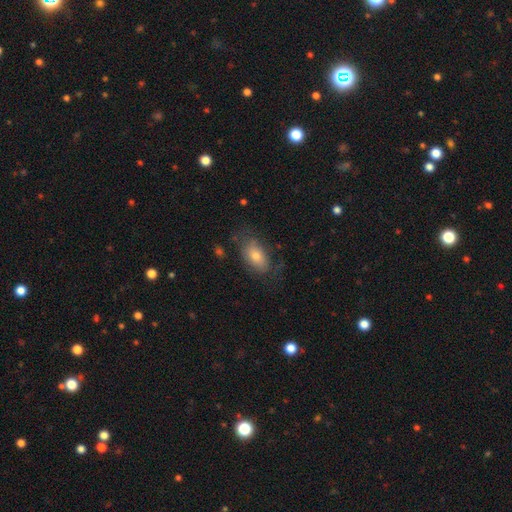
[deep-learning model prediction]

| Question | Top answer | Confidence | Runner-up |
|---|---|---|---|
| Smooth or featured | smooth | 68% | featured or disk (23%) |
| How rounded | in between | 90% | round (6%) |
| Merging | none | 64% | minor disturbance (22%) |